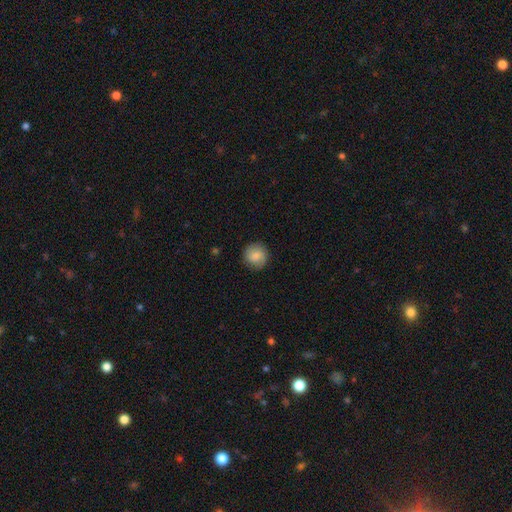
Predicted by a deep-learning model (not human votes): Overall: smooth (83%). How rounded: round (92%). Merging: none (87%).